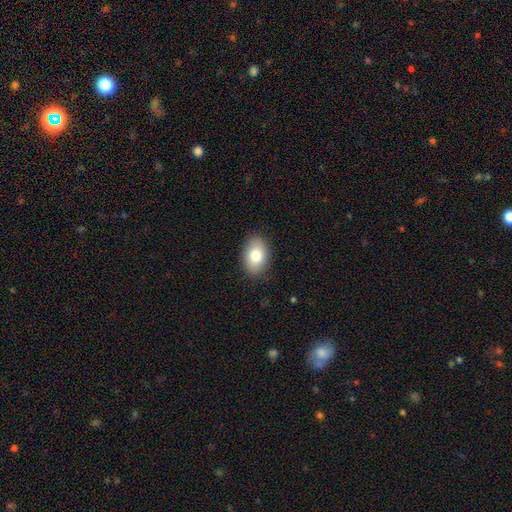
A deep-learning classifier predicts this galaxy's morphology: A smooth galaxy with no disk features (79%) that is in between round and cigar-shaped (85%).

Vote fractions:
- Smooth or featured? smooth: 79% / featured or disk: 13% / star or artifact: 8%
- How rounded? in between: 85% / round: 14% / cigar-shaped: 1%
- Merging? none: 87% / minor disturbance: 10% / major disturbance: 2% / merger: 1%